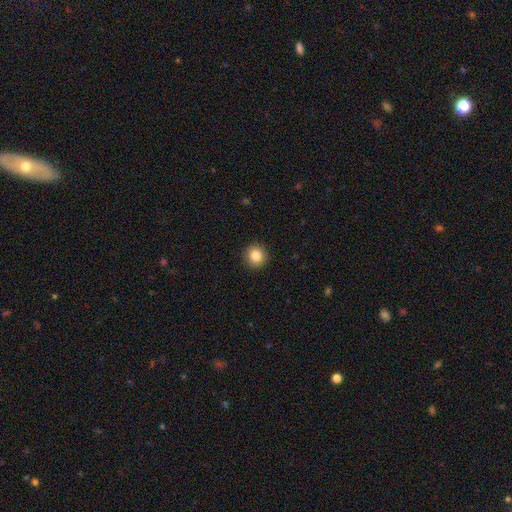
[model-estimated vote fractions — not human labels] This appears to be a smooth galaxy with no disk features (84%) that is round (94%). Merging: none (93%).